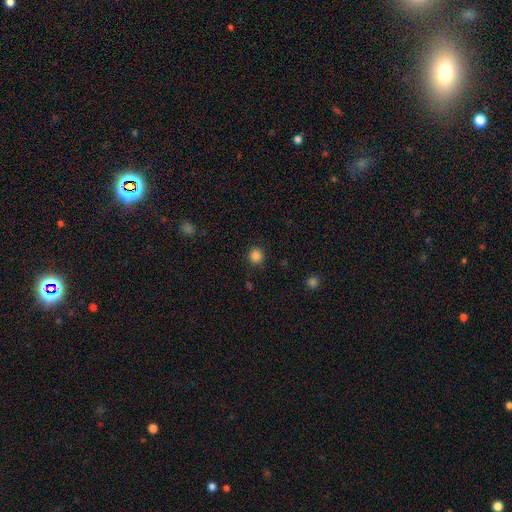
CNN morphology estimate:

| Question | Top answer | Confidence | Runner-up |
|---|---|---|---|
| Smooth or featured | smooth | 85% | star or artifact (12%) |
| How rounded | round | 90% | in between (9%) |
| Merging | none | 90% | minor disturbance (6%) |